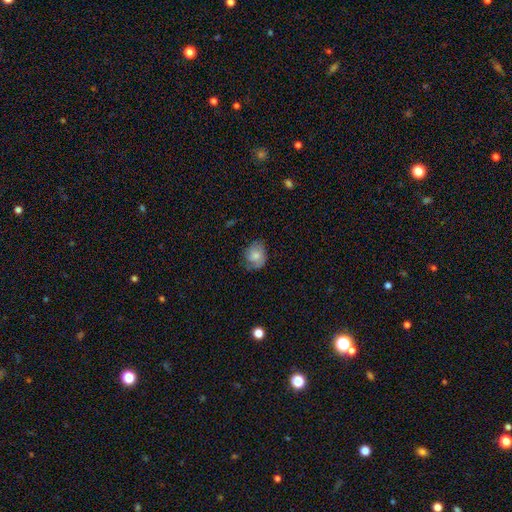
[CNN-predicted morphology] smooth 68%, featured or disk 24%, star or artifact 8%. Down the decision tree: how rounded — round (63%); merging — none (63%).